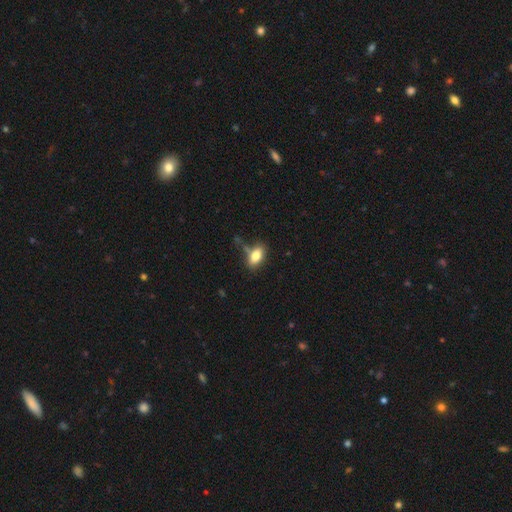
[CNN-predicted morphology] The model was most divided on "merging": none: 62%, minor disturbance: 21%, merger: 10%, major disturbance: 7%. More confident: how rounded — in between (89%); smooth or featured — smooth (79%).